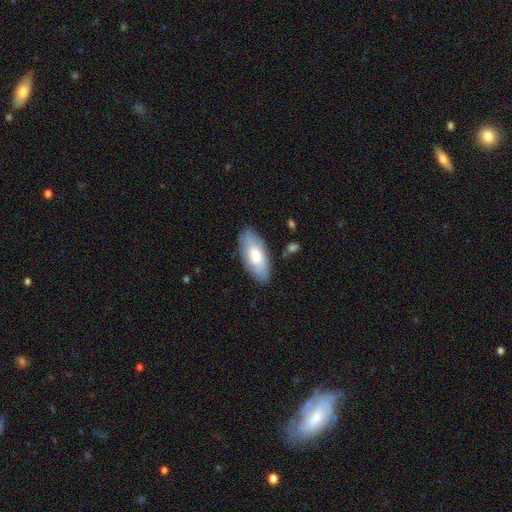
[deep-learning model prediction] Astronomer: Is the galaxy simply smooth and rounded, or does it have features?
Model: smooth — 67%.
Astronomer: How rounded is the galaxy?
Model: in between — 90%.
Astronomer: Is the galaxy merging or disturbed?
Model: none — 82%.